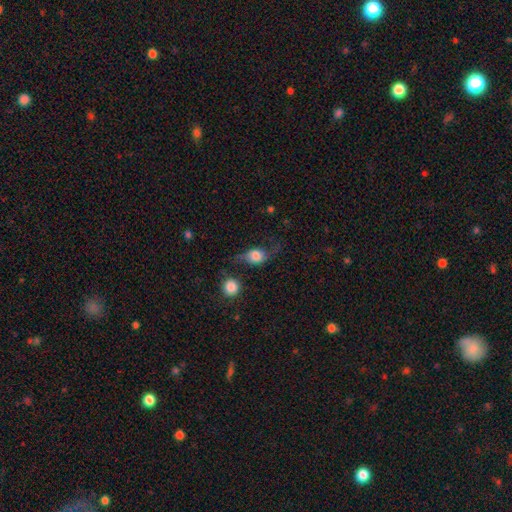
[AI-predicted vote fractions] The model was most divided on "how rounded": in between: 49%, round: 48%, cigar-shaped: 3%. Remaining: smooth or featured — smooth (56%); merging — none (42%).